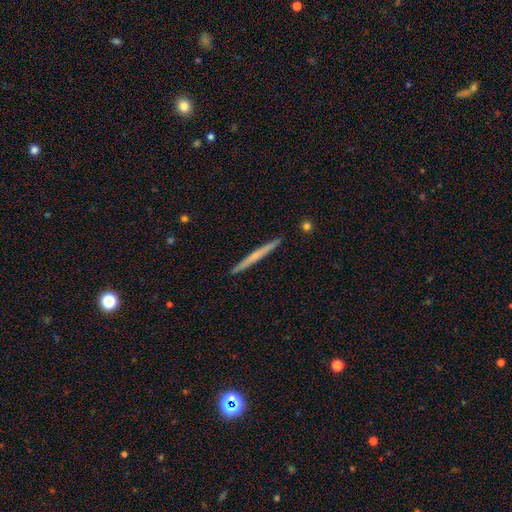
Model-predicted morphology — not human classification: Smooth or featured?
  - smooth: 48% *
  - featured or disk: 47%
  - star or artifact: 5%
Merging?
  - none: 92% *
  - minor disturbance: 5%
  - merger: 1%
  - major disturbance: 1%